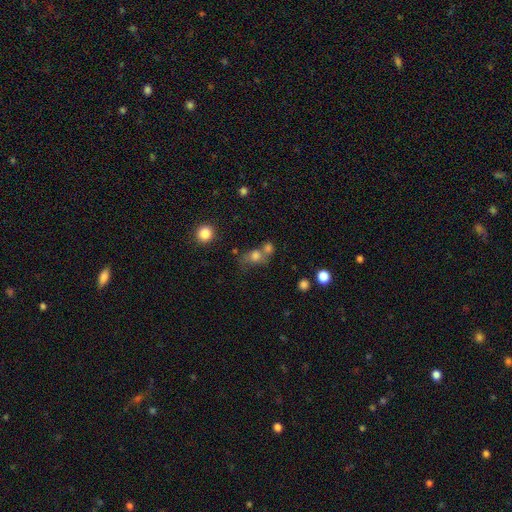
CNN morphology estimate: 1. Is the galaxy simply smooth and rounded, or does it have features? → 74% smooth, 14% star or artifact, 12% featured or disk.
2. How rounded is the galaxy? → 59% round, 39% in between, 2% cigar-shaped.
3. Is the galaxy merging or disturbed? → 45% merger, 36% none, 12% minor disturbance, 8% major disturbance.